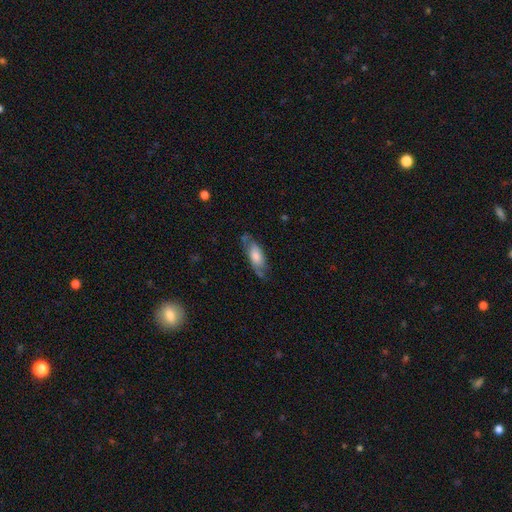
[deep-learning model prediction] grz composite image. It shows a smooth galaxy with no disk features (53%) that is in between round and cigar-shaped (71%). Merging: none (63%).